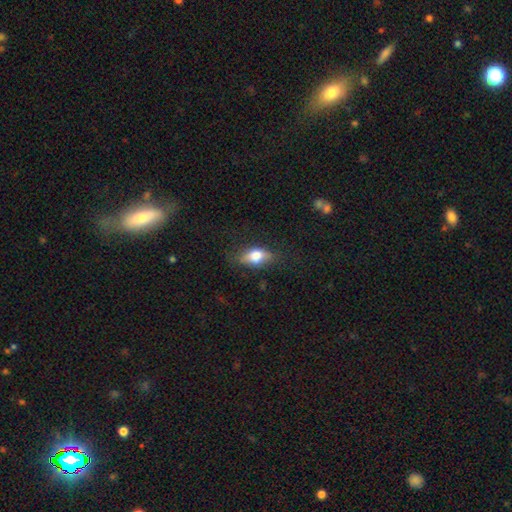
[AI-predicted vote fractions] smooth_or_featured: smooth (p=0.71) [alt: featured or disk p=0.20]
how_rounded: in between (p=0.82) [alt: round p=0.11]
merging: none (p=0.67) [alt: minor disturbance p=0.23]